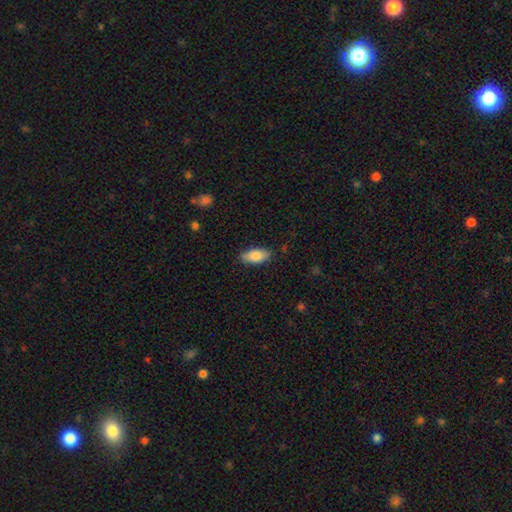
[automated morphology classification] Q: Smooth or featured?
A: smooth (84%); runner-up: featured or disk (9%)
Q: How rounded?
A: in between (89%); runner-up: cigar-shaped (9%)
Q: Merging?
A: none (85%); runner-up: minor disturbance (12%)